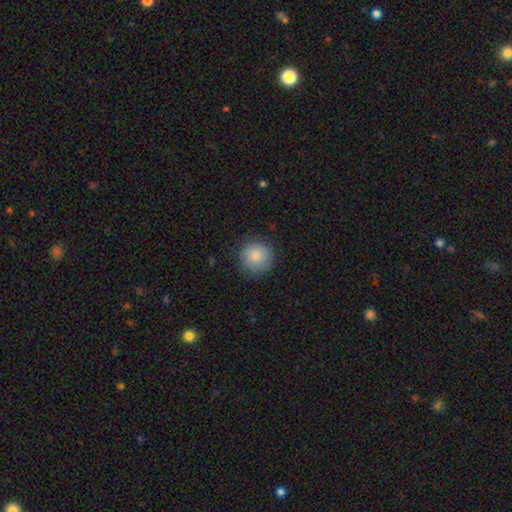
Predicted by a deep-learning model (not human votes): This is clearly a smooth galaxy (86%). How rounded: clearly round (94%). Merging: clearly none (84%).